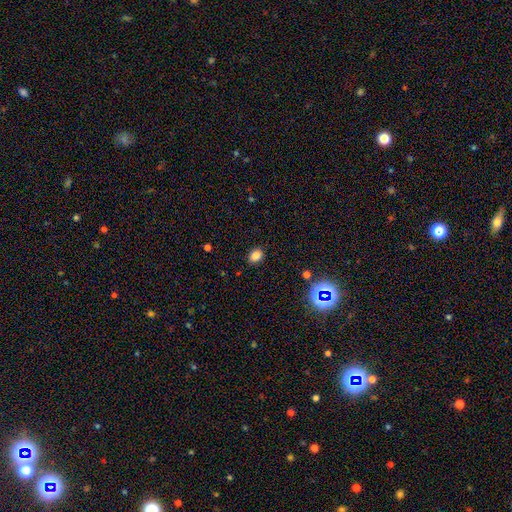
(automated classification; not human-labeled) Smooth or featured? smooth (81%)
How rounded? in between (56%)
Merging? none (88%)